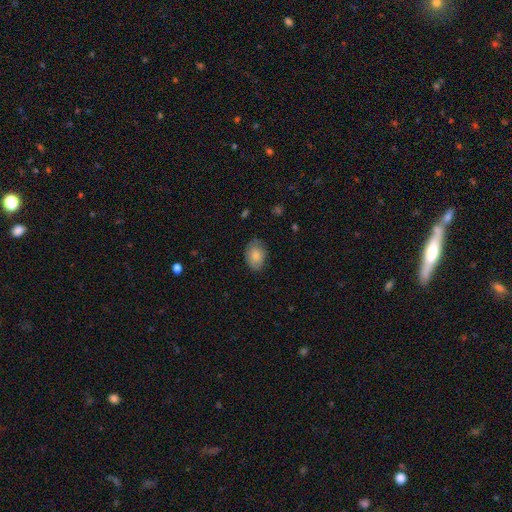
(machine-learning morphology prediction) smooth-or-featured: smooth: 83% | featured or disk: 10% | star or artifact: 7%
  how-rounded: in between: 78% | round: 21% | cigar-shaped: 1%
  merging: none: 78% | minor disturbance: 18% | major disturbance: 3% | merger: 1%